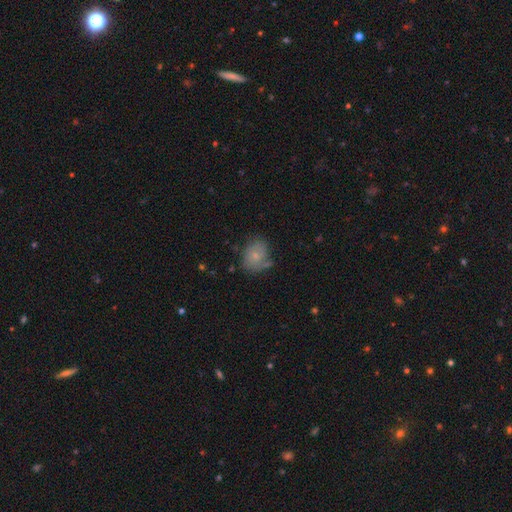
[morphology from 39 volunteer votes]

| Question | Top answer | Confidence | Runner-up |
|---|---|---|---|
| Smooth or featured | smooth | 67% | featured or disk (23%) |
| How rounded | in between | 54% | round (46%) |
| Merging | none | 51% | minor disturbance (37%) |